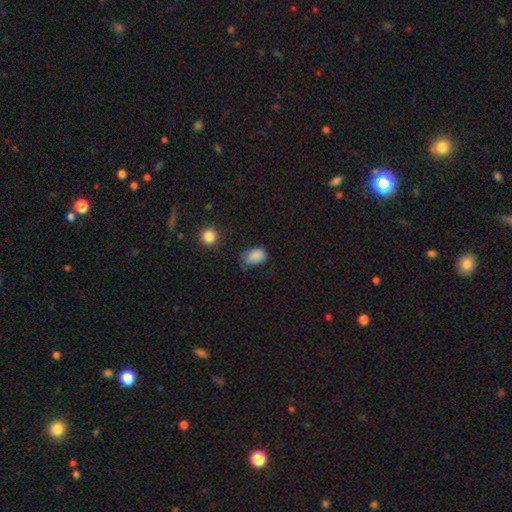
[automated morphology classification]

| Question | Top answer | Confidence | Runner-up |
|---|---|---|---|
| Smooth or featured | smooth | 84% | star or artifact (10%) |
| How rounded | in between | 83% | round (15%) |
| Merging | none | 47% | minor disturbance (37%) |